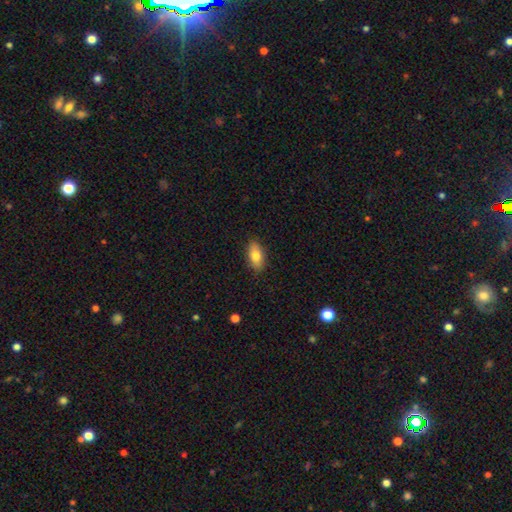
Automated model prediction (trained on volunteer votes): smooth_or_featured: smooth (p=0.80) [alt: featured or disk p=0.13]
how_rounded: in between (p=0.88) [alt: cigar-shaped p=0.08]
merging: none (p=0.87) [alt: minor disturbance p=0.10]